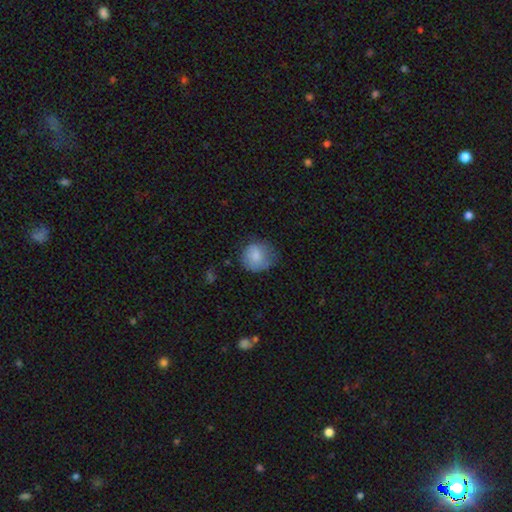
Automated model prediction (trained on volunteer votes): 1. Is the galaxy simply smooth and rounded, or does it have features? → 81% smooth, 11% featured or disk, 7% star or artifact.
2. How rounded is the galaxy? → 83% round, 16% in between, 1% cigar-shaped.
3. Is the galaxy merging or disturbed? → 58% none, 30% minor disturbance, 11% major disturbance, 2% merger.